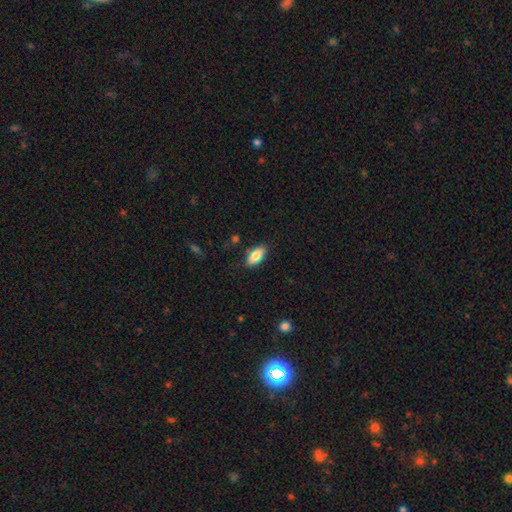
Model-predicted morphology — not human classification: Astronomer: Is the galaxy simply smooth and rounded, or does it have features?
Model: smooth — 79%.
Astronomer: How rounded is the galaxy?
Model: in between — 86%.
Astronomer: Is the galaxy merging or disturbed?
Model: none — 84%.